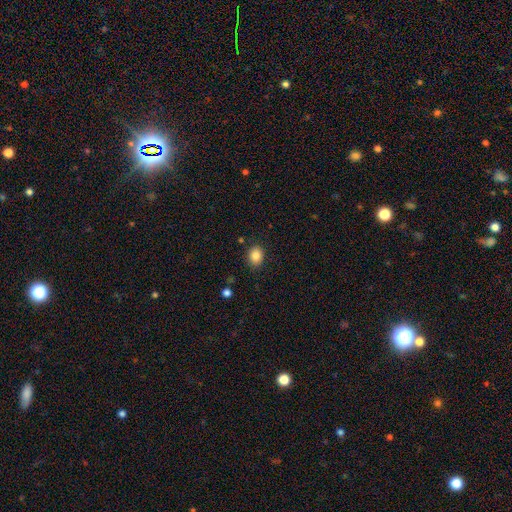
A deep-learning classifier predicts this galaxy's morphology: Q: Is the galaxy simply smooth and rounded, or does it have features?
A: smooth — 85%.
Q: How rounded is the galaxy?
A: round — 54%.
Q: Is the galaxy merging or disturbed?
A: none — 86%.